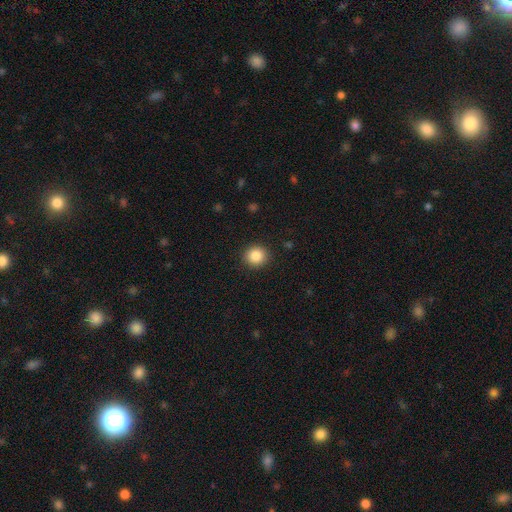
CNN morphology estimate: A smooth galaxy with no disk features (87%) that is round (90%).

Vote fractions:
- Smooth or featured? smooth: 87% / star or artifact: 9% / featured or disk: 4%
- How rounded? round: 90% / in between: 9% / cigar-shaped: 1%
- Merging? none: 91% / minor disturbance: 6% / major disturbance: 2% / merger: 1%